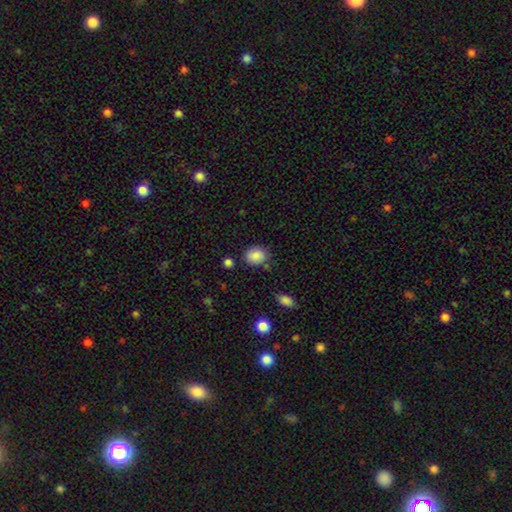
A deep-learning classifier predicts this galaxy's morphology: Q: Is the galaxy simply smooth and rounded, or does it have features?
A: smooth — 86%.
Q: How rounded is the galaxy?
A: round — 54%.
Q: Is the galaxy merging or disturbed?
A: none — 78%.